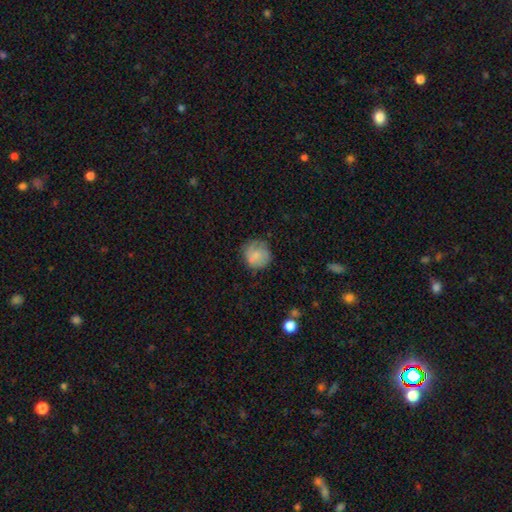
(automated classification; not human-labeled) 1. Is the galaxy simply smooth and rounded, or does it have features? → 74% smooth, 18% featured or disk, 8% star or artifact.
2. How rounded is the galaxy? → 89% round, 10% in between, 1% cigar-shaped.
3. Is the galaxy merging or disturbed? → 69% none, 21% minor disturbance, 8% major disturbance, 2% merger.